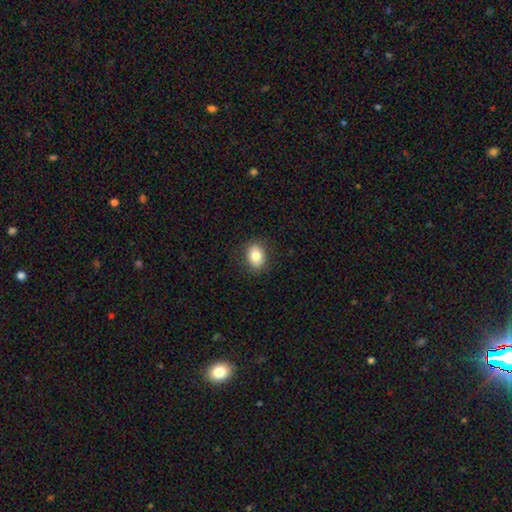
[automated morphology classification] The model was most divided on "how rounded": in between: 63%, round: 36%, cigar-shaped: 1%. More confident: merging — none (87%); smooth or featured — smooth (82%).